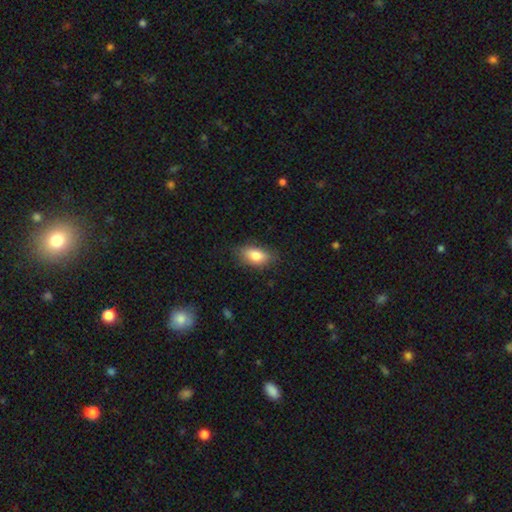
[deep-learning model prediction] smooth_or_featured: smooth (p=0.82) [alt: featured or disk p=0.10]
how_rounded: in between (p=0.88) [alt: round p=0.06]
merging: none (p=0.79) [alt: minor disturbance p=0.16]